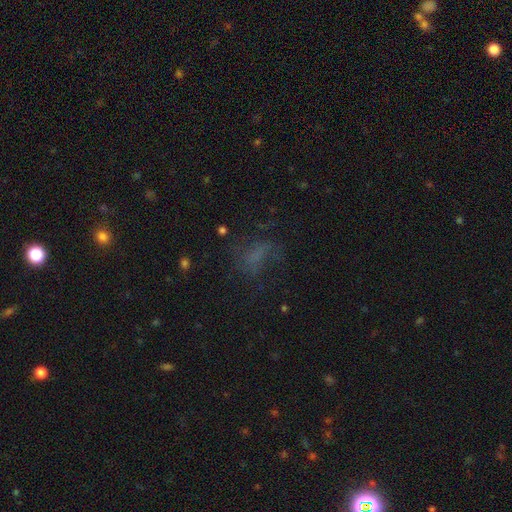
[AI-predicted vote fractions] Smooth or featured? Predicted: smooth (p=0.47). Merging? Predicted: none (p=0.49).